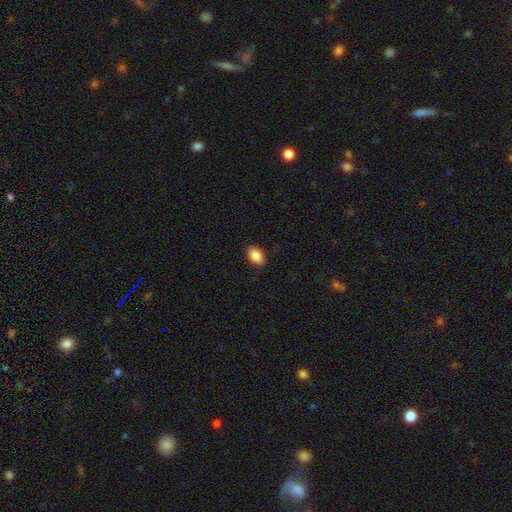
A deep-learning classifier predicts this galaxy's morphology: Smooth or featured? Predicted: smooth (p=0.88). How rounded? Predicted: in between (p=0.86). Merging? Predicted: none (p=0.88).